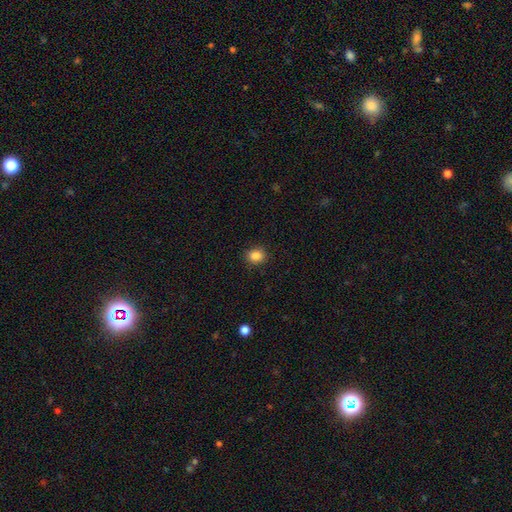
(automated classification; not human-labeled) smooth_or_featured: smooth (p=0.86) [alt: star or artifact p=0.10]
how_rounded: round (p=0.67) [alt: in between p=0.32]
merging: none (p=0.89) [alt: minor disturbance p=0.08]